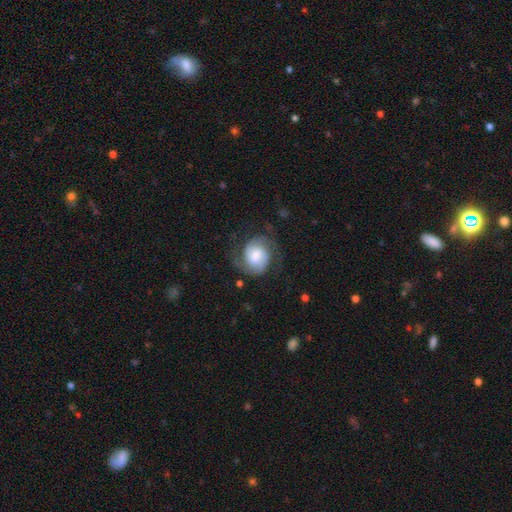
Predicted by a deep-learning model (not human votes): A featured or disk galaxy (74%) with no bar (47%), 2 (85%) medium (46%) spiral arms (95%) and a moderate central bulge (44%).

Vote fractions:
- Smooth or featured? featured or disk: 74% / smooth: 20% / star or artifact: 6%
- Edge-on disk? no: 98% / yes: 2%
- Bar? no: 47% / weak: 43% / strong: 10%
- Spiral arms? yes: 95% / no: 5%
- Spiral winding? medium: 46% / tight: 36% / loose: 18%
- Spiral arm count? 2: 85% / can't tell: 7% / 3: 3% / 1: 3% / 4: 1% / more than 4: 1%
- Bulge size? moderate: 44% / small: 27% / large: 19% / none: 5% / dominant: 4%
- Merging? none: 69% / minor disturbance: 17% / major disturbance: 13% / merger: 1%